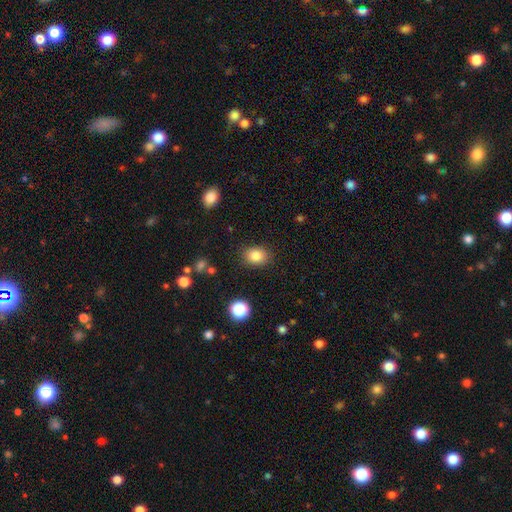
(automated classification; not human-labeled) The model was most divided on "how rounded": in between: 53%, round: 46%, cigar-shaped: 1%. More confident: merging — none (85%); smooth or featured — smooth (82%).